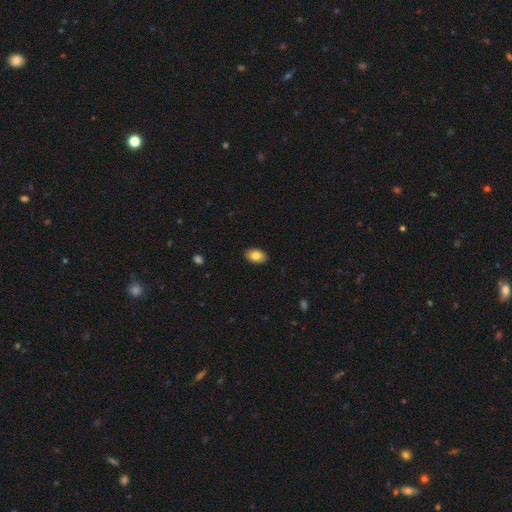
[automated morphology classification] Q: Smooth or featured?
A: smooth (82%); runner-up: featured or disk (11%)
Q: How rounded?
A: in between (89%); runner-up: round (10%)
Q: Merging?
A: none (90%); runner-up: minor disturbance (8%)